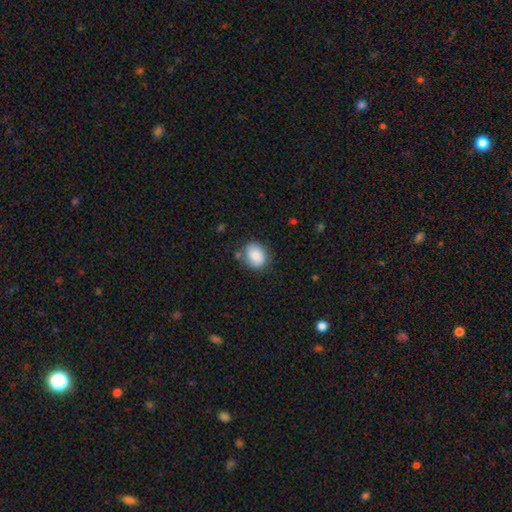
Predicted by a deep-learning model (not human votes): Q: Smooth or featured?
A: smooth (86%); runner-up: star or artifact (7%)
Q: How rounded?
A: in between (62%); runner-up: round (37%)
Q: Merging?
A: none (70%); runner-up: minor disturbance (20%)